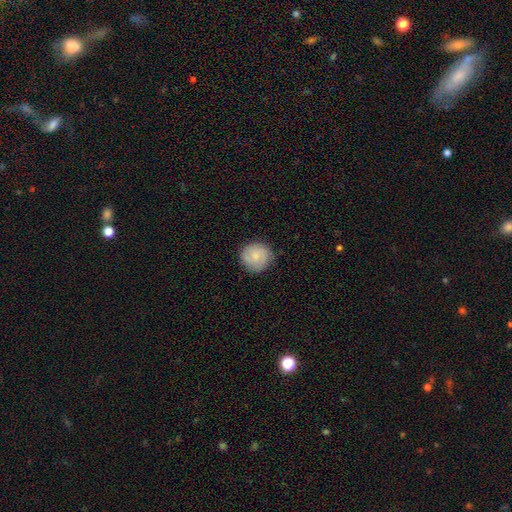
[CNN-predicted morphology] smooth_or_featured: smooth (p=0.77) [alt: featured or disk p=0.17]
how_rounded: round (p=0.93) [alt: in between p=0.06]
merging: none (p=0.85) [alt: minor disturbance p=0.12]